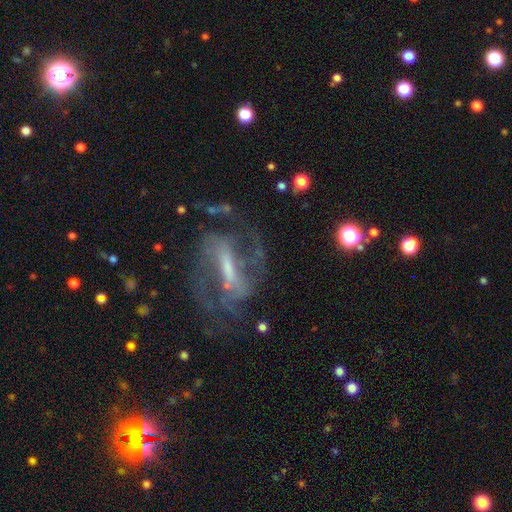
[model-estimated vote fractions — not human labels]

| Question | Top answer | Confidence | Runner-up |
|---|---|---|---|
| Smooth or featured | featured or disk | 83% | star or artifact (9%) |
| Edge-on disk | no | 90% | yes (10%) |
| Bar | strong | 59% | weak (31%) |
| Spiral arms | yes | 91% | no (9%) |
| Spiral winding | medium | 51% | tight (28%) |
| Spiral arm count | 2 | 67% | can't tell (15%) |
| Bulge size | small | 38% | moderate (29%) |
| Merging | none | 65% | minor disturbance (16%) |